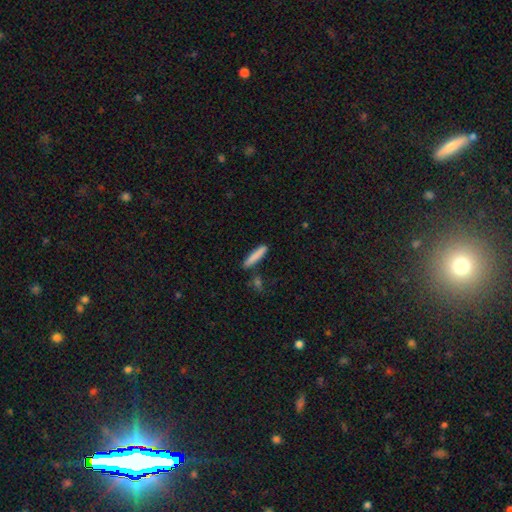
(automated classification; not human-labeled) The model was most divided on "smooth or featured": smooth: 83%, featured or disk: 11%, star or artifact: 6%. More confident: how rounded — cigar-shaped (90%); merging — none (84%).